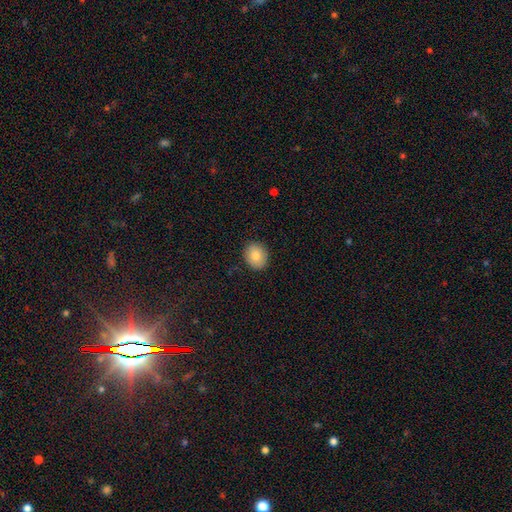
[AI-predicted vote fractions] A smooth galaxy with no disk features (84%) that is round (61%). Merging: none (89%).